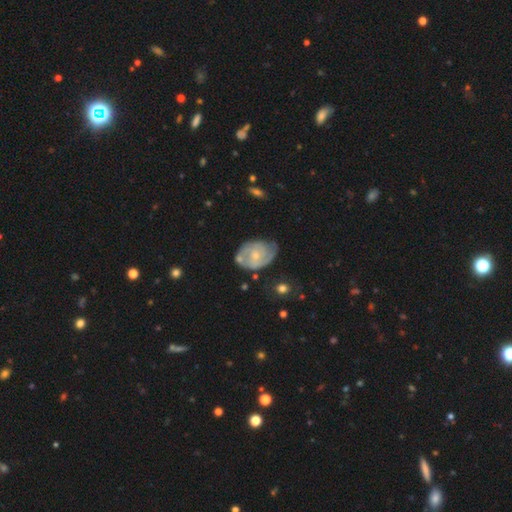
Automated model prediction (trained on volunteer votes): Smooth or featured: featured or disk — 76% (smooth — 19%)
Edge-on disk: no — 97% (yes — 3%)
Bar: no — 65% (weak — 30%)
Spiral arms: yes — 87% (no — 13%)
Spiral winding: tight — 55% (medium — 34%)
Spiral arm count: 2 — 44% (can't tell — 31%)
Bulge size: small — 69% (moderate — 26%)
Merging: none — 57% (minor disturbance — 28%)